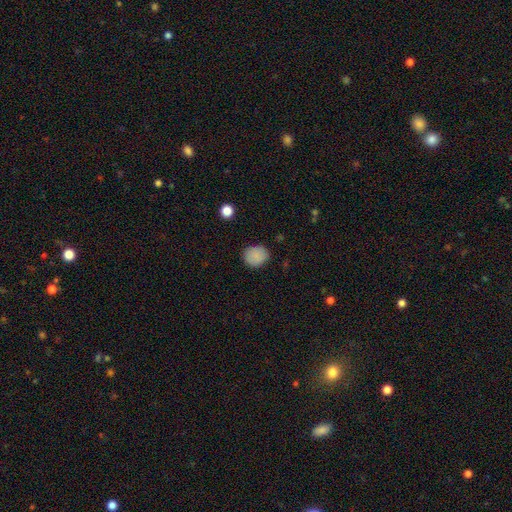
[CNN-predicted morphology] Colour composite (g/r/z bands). It shows a smooth galaxy with no disk features (86%) that is round (77%). Merging: none (84%).